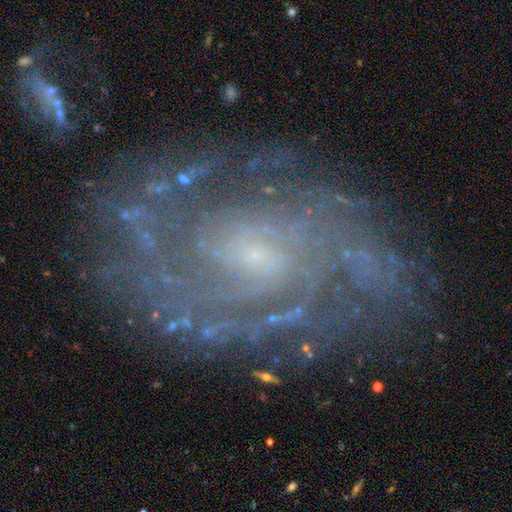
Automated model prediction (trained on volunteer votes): This is clearly a featured or disk galaxy (88%). It is clearly not viewed edge-on (97%). Bar: possibly no (57%). Spiral arm pattern: clearly yes (97%). Spiral arm count: marginally can't tell (28%). Spiral winding: likely tight (61%). Central bulge: likely small (78%). Merging: likely none (72%).